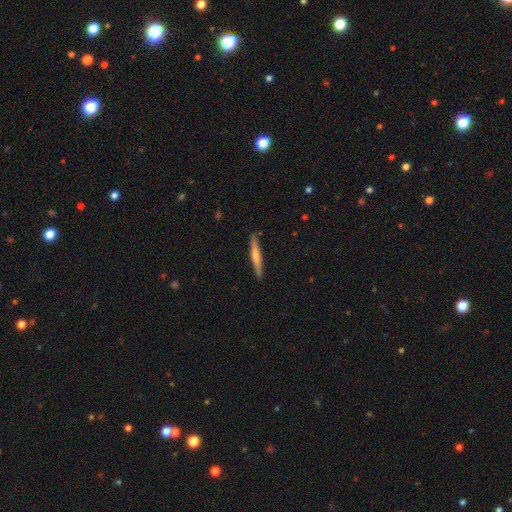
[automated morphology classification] The model was most divided on "smooth or featured": smooth: 57%, featured or disk: 38%, star or artifact: 5%. More confident: how rounded — cigar-shaped (95%); merging — none (89%).